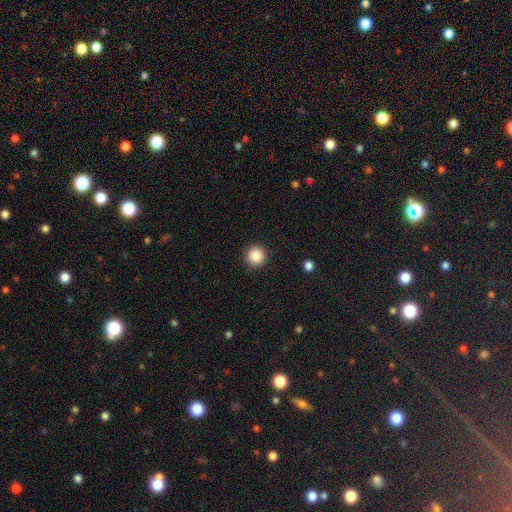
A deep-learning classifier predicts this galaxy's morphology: A smooth galaxy with no disk features (86%) that is round (95%). Merging: none (92%).